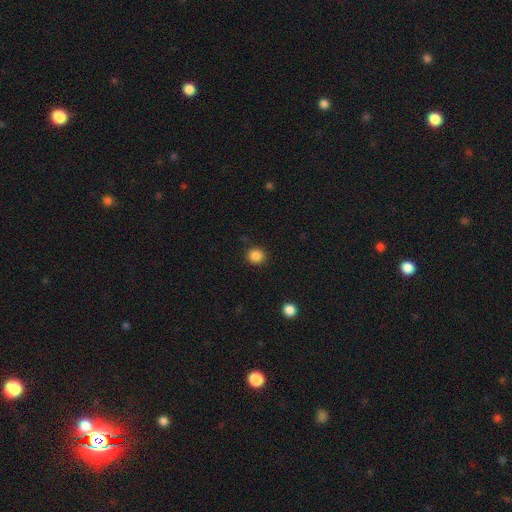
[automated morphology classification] A smooth galaxy with no disk features (87%) that is round (87%).

Vote fractions:
- Smooth or featured? smooth: 87% / star or artifact: 11% / featured or disk: 3%
- How rounded? round: 87% / in between: 12% / cigar-shaped: 1%
- Merging? none: 91% / minor disturbance: 6% / major disturbance: 2% / merger: 1%